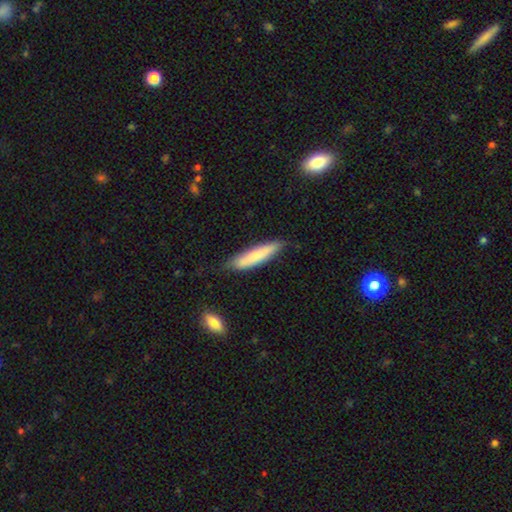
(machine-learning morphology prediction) smooth 74%, featured or disk 21%, star or artifact 6%. Down the decision tree: how rounded — cigar-shaped (82%); merging — none (76%).